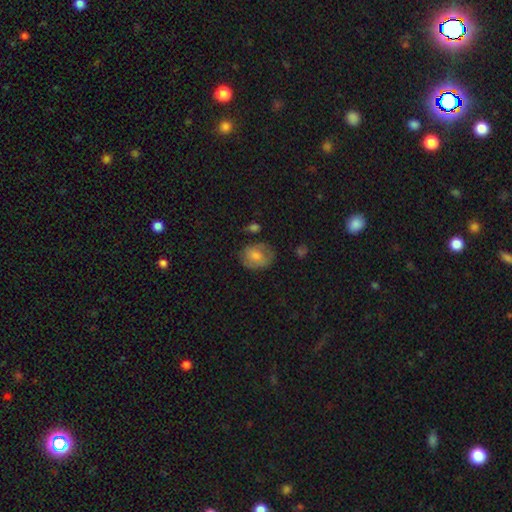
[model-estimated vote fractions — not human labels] This appears to be a smooth galaxy with no disk features (65%) that is round (52%). Merging: none (66%).